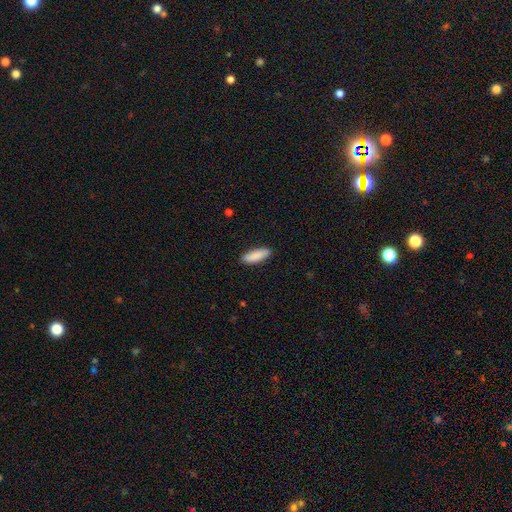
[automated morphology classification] Overall: smooth (89%). How rounded: in between (53%; cigar-shaped 45%). Merging: none (89%).